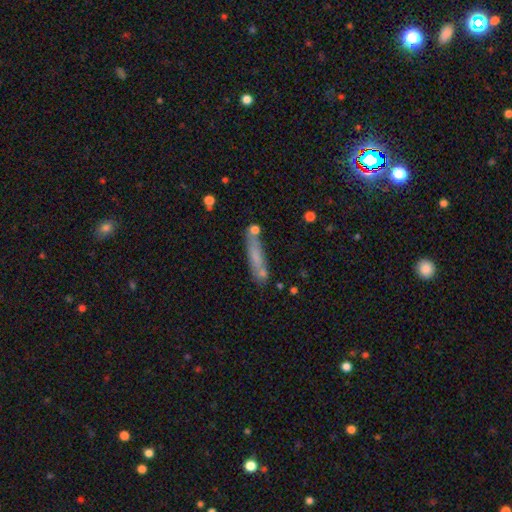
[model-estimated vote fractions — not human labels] This appears to be a smooth galaxy with no disk features (66%) that is cigar-shaped (87%). Merging: none (69%).